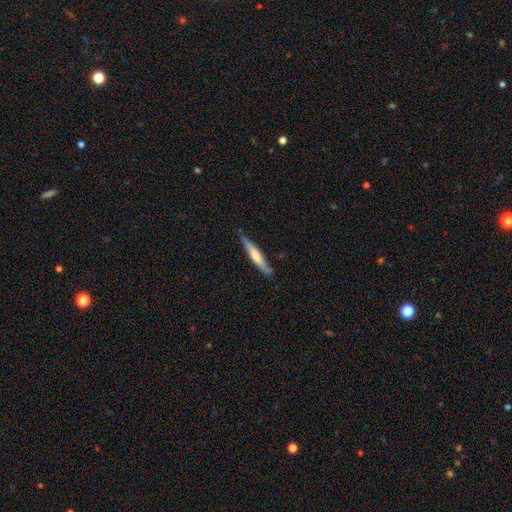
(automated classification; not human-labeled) This is possibly a smooth galaxy (51%). How rounded: clearly cigar-shaped (92%). Merging: clearly none (82%).